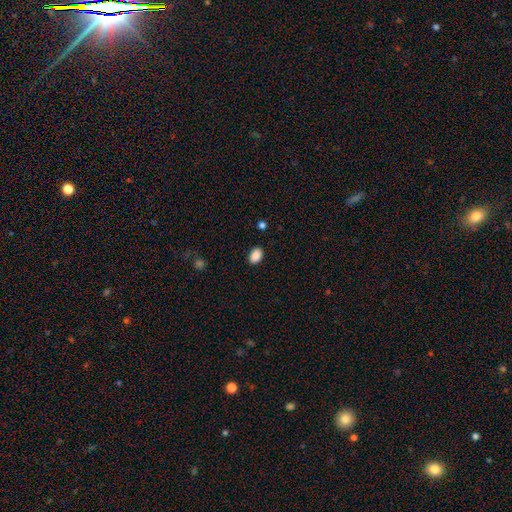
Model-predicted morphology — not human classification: This appears to be a smooth galaxy with no disk features (89%) that is in between round and cigar-shaped (82%). Merging: none (88%).